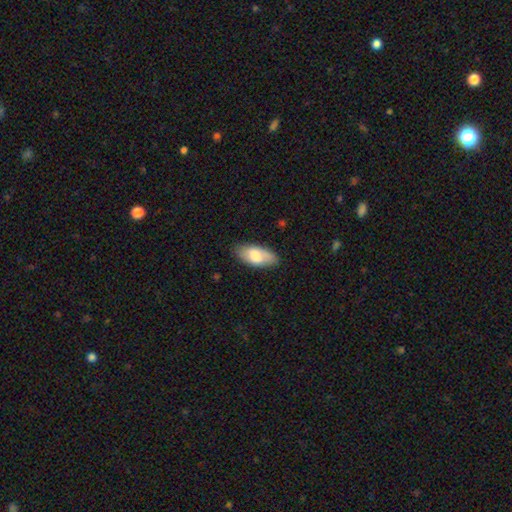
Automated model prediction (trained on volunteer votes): smooth_or_featured: smooth (p=0.72) [alt: featured or disk p=0.22]
how_rounded: in between (p=0.90) [alt: cigar-shaped p=0.08]
merging: none (p=0.80) [alt: minor disturbance p=0.15]